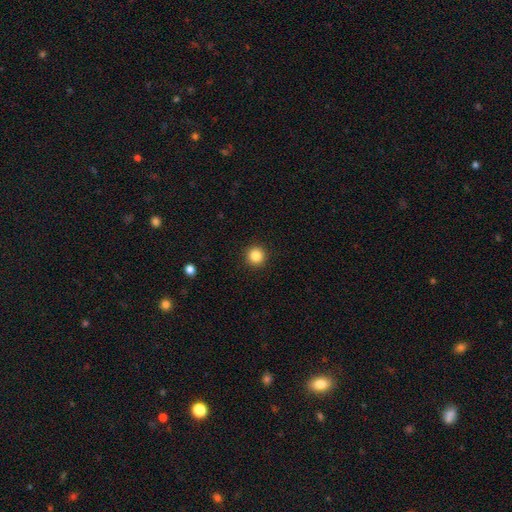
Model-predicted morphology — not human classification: Smooth or featured? smooth (86%)
How rounded? round (95%)
Merging? none (93%)